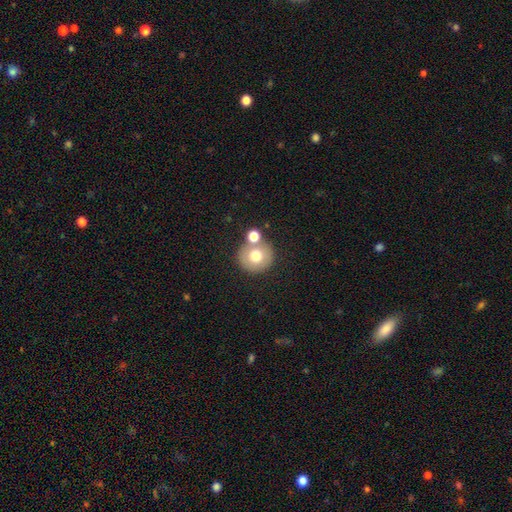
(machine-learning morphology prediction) A smooth galaxy with no disk features (71%) that is round (89%). Merging: none (64%).